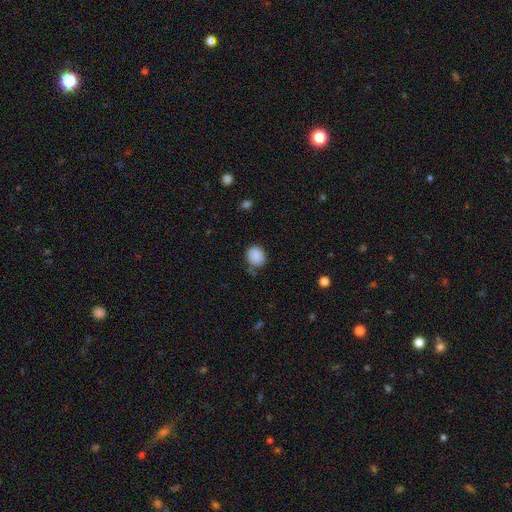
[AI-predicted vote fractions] Smooth or featured? Predicted: smooth (p=0.86). How rounded? Predicted: round (p=0.64). Merging? Predicted: none (p=0.65).